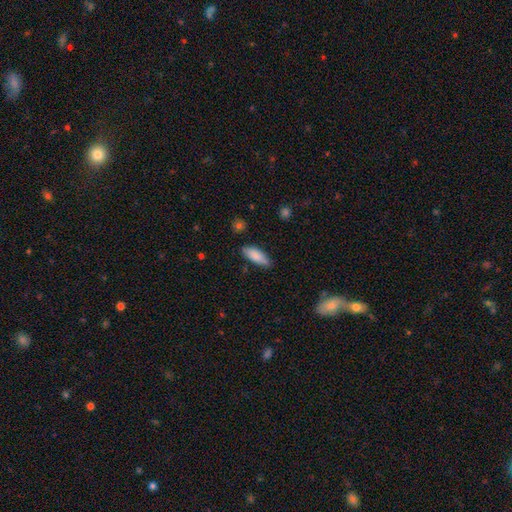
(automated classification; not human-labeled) A smooth galaxy with no disk features (85%) that is in between round and cigar-shaped (68%).

Vote fractions:
- Smooth or featured? smooth: 85% / featured or disk: 8% / star or artifact: 6%
- How rounded? in between: 68% / cigar-shaped: 30% / round: 2%
- Merging? none: 79% / minor disturbance: 16% / major disturbance: 3% / merger: 2%